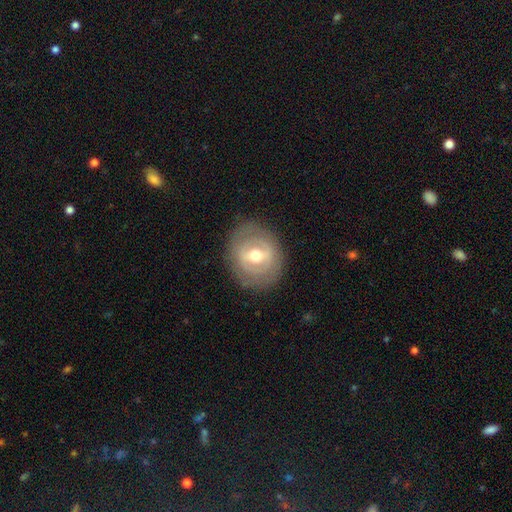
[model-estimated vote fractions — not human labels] Smooth or featured: featured or disk — 65% (smooth — 29%)
Edge-on disk: no — 94% (yes — 6%)
Bar: weak — 45% (strong — 35%)
Spiral arms: no — 63% (yes — 37%)
Bulge size: moderate — 71% (small — 21%)
Merging: none — 81% (minor disturbance — 12%)